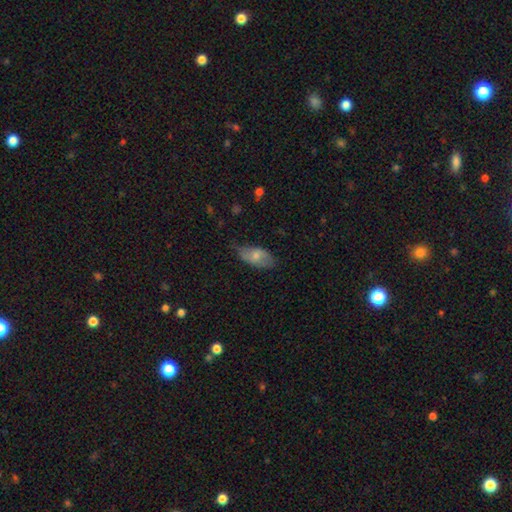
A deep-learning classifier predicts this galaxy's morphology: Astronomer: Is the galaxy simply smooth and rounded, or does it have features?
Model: smooth — 67%.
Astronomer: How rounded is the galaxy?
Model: in between — 92%.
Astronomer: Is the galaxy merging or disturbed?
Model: none — 60%.